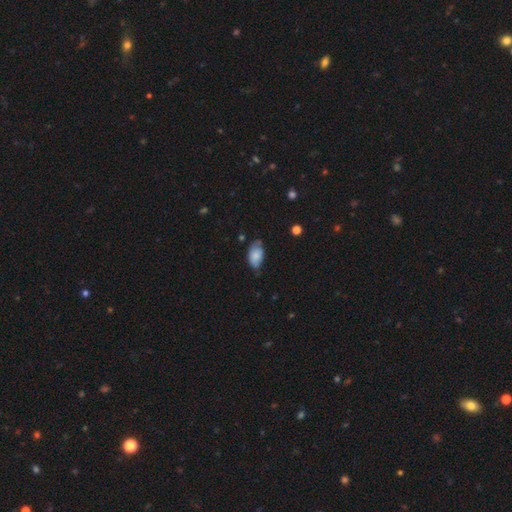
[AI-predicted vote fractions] Q: Smooth or featured?
A: smooth (80%); runner-up: featured or disk (12%)
Q: How rounded?
A: in between (93%); runner-up: round (5%)
Q: Merging?
A: none (55%); runner-up: minor disturbance (36%)